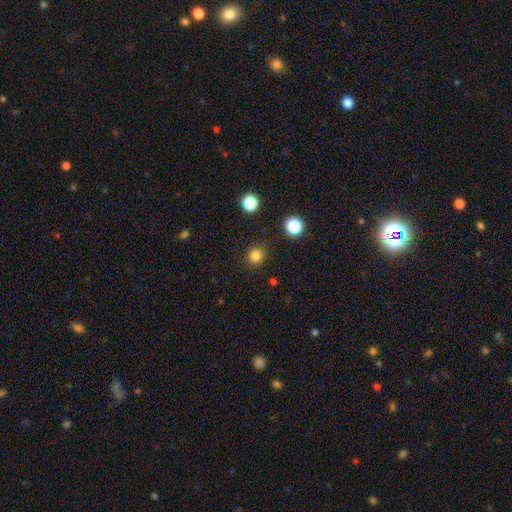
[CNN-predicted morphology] type=smooth (83%); roundness=round (83%); merging=none (89%).